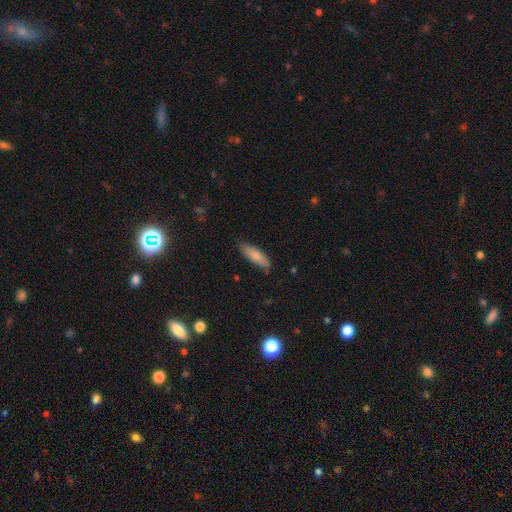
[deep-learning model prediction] Morphology: type=smooth (82%); roundness=cigar-shaped (50%); merging=none (81%).